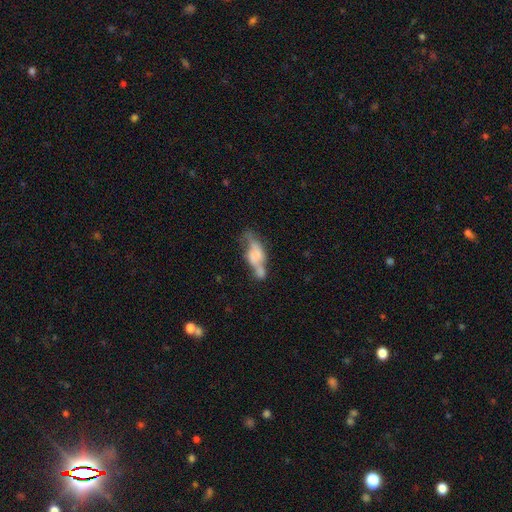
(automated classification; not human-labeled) featured or disk 49%, smooth 41%, star or artifact 10%. Down the decision tree: merging — merger (37%).